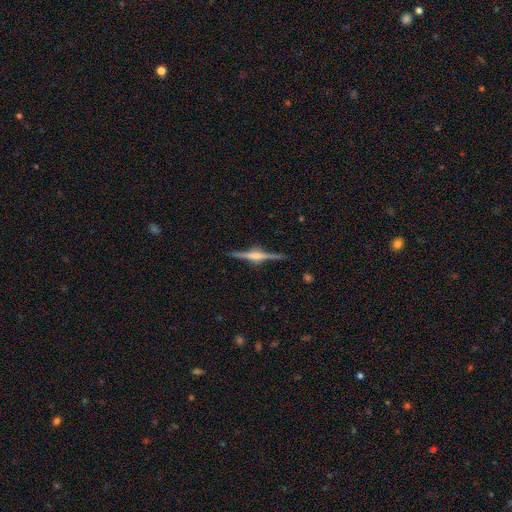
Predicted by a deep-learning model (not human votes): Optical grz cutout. It shows a featured or disk galaxy (84%) viewed edge-on (98%) with a rounded central bulge (77%). Merging: none (89%).